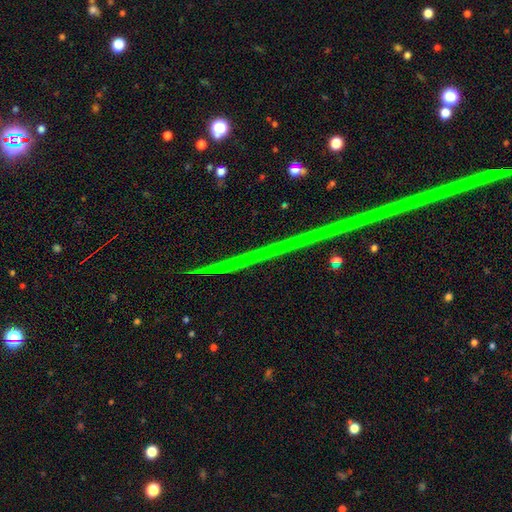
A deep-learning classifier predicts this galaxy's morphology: Smooth or featured: star or artifact — 81% (featured or disk — 13%)